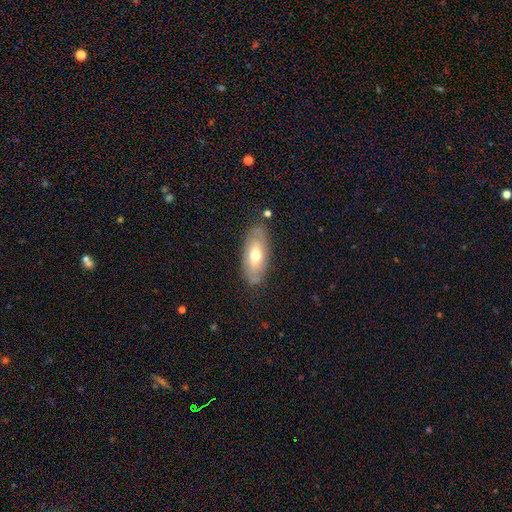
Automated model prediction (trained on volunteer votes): smooth_or_featured: smooth (p=0.56) [alt: featured or disk p=0.38]
how_rounded: in between (p=0.86) [alt: cigar-shaped p=0.11]
merging: none (p=0.78) [alt: minor disturbance p=0.15]